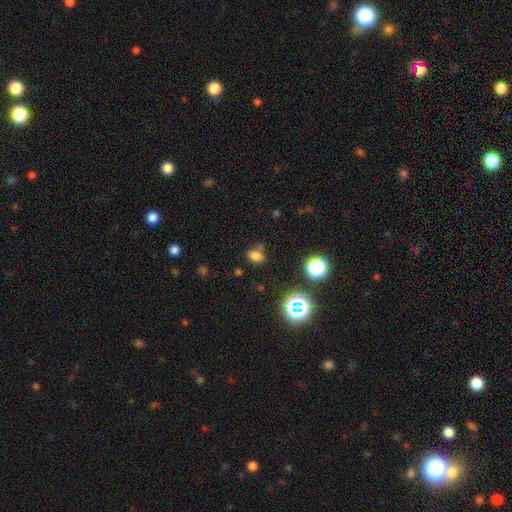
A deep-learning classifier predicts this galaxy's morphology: Smooth or featured? smooth (70%)
How rounded? in between (65%)
Merging? none (64%)